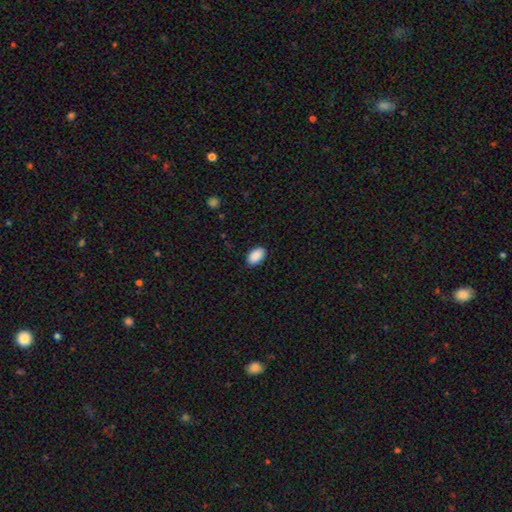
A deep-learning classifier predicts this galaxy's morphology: Smooth or featured? Predicted: smooth (p=0.91). How rounded? Predicted: in between (p=0.93). Merging? Predicted: none (p=0.88).